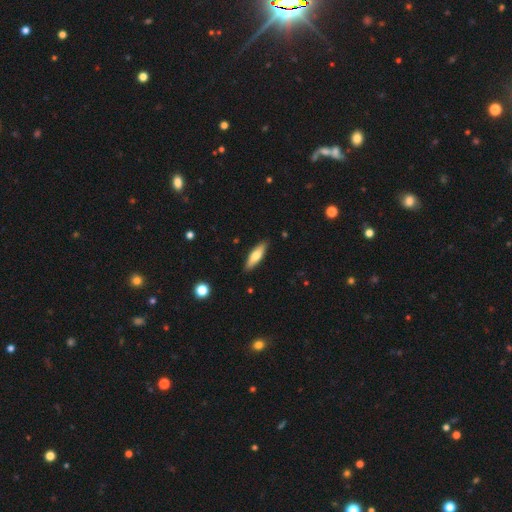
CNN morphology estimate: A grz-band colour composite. It shows a smooth galaxy with no disk features (65%) that is cigar-shaped (59%). Merging: none (89%).